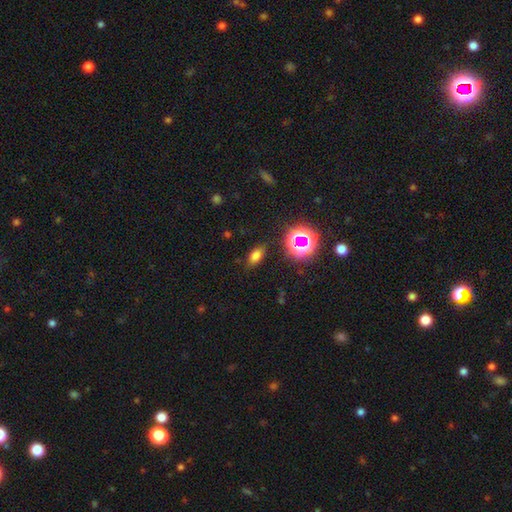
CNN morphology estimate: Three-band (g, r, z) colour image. It shows a smooth galaxy with no disk features (70%) that is in between round and cigar-shaped (81%). Merging: none (82%).